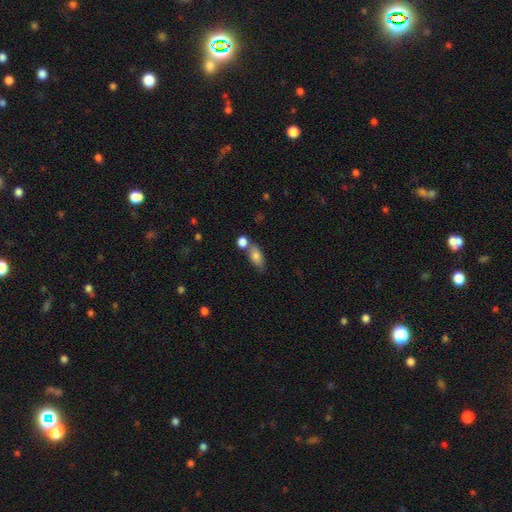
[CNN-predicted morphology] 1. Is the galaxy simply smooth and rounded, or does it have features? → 79% smooth, 13% featured or disk, 8% star or artifact.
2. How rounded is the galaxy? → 82% in between, 10% cigar-shaped, 8% round.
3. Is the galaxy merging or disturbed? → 52% none, 29% merger, 14% minor disturbance, 5% major disturbance.